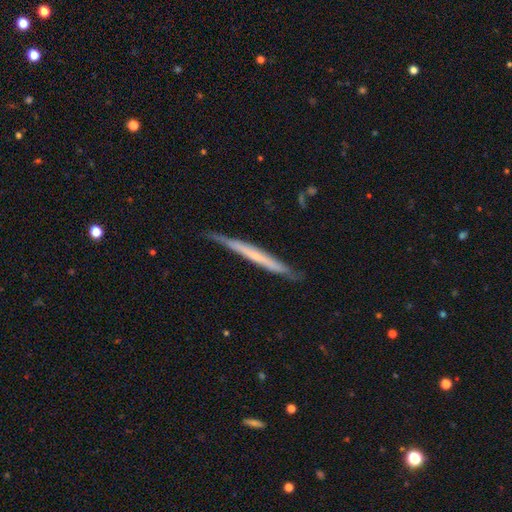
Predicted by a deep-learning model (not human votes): Overall: featured or disk (58%; smooth 36%). Edge-on disk: yes (95%). Edge-on bulge: none (79%). Merging: none (81%).